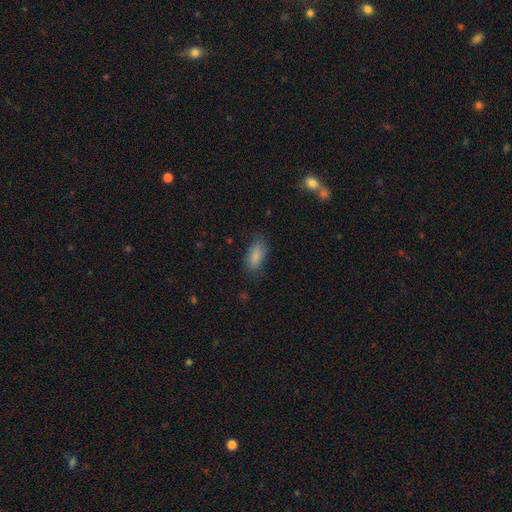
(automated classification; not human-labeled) smooth_or_featured: smooth (p=0.84) [alt: featured or disk p=0.08]
how_rounded: in between (p=0.89) [alt: cigar-shaped p=0.07]
merging: none (p=0.73) [alt: minor disturbance p=0.20]